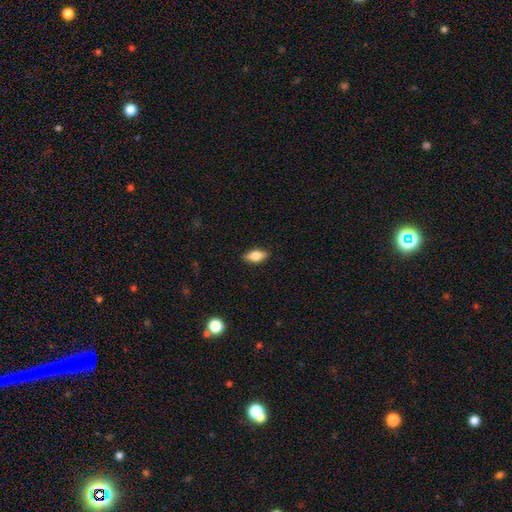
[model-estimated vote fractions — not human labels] The model was most divided on "smooth or featured": smooth: 71%, featured or disk: 22%, star or artifact: 7%. More confident: merging — none (88%); how rounded — in between (82%).